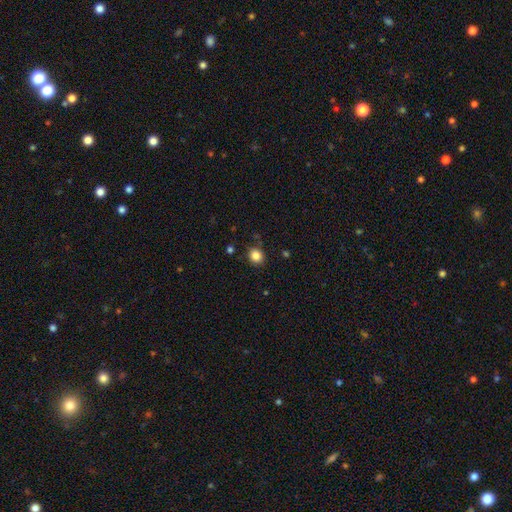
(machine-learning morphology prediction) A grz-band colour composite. It shows a smooth galaxy with no disk features (85%) that is round (77%). Merging: none (83%).